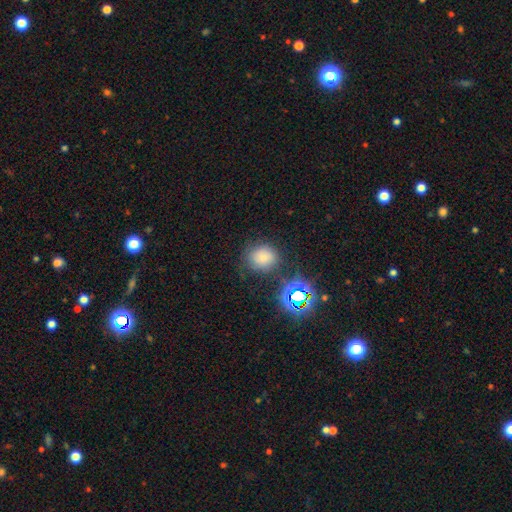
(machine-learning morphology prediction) The model was most divided on "smooth or featured": smooth: 68%, star or artifact: 24%, featured or disk: 8%. More confident: merging — none (77%); how rounded — round (76%).